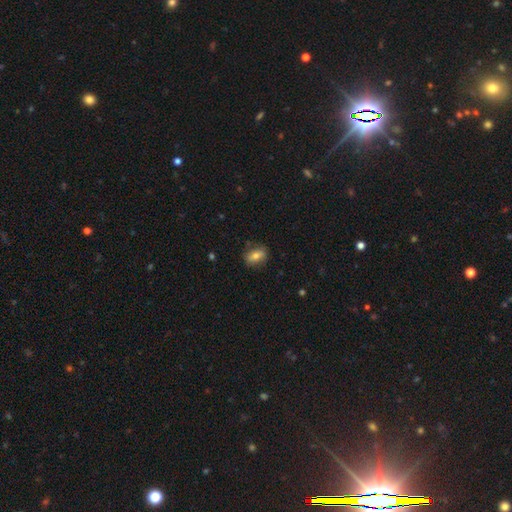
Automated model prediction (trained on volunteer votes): smooth 70%, featured or disk 21%, star or artifact 8%. Down the decision tree: how rounded — in between (76%); merging — none (80%).